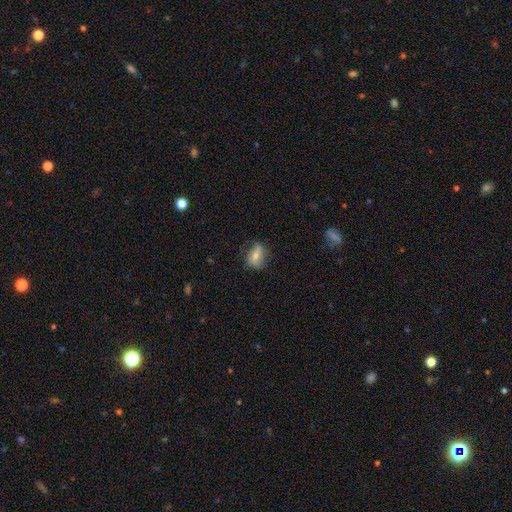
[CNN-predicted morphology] This appears to be a smooth galaxy with no disk features (58%) that is in between round and cigar-shaped (66%). Merging: none (68%).